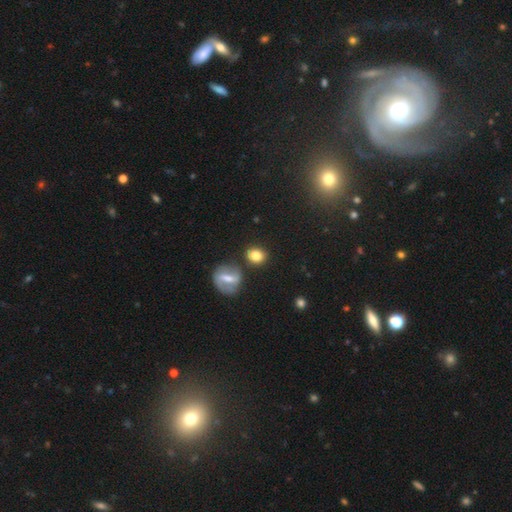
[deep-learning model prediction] Smooth or featured?
  - smooth: 80% *
  - featured or disk: 10%
  - star or artifact: 9%
How rounded?
  - round: 65% *
  - in between: 33%
  - cigar-shaped: 2%
Merging?
  - none: 77% *
  - minor disturbance: 11%
  - merger: 8%
  - major disturbance: 4%